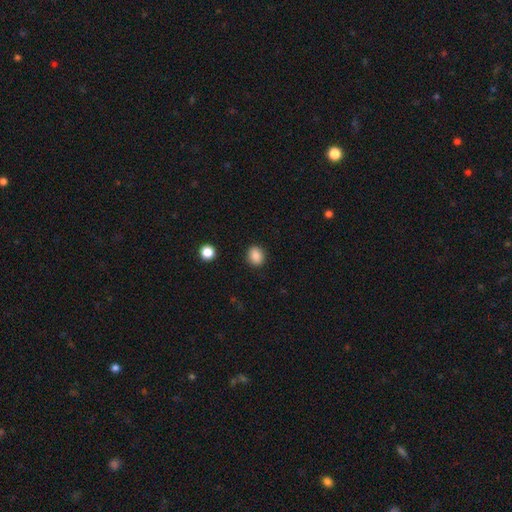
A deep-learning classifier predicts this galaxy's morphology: The model was most divided on "how rounded": round: 58%, in between: 41%, cigar-shaped: 1%. More confident: merging — none (89%); smooth or featured — smooth (87%).